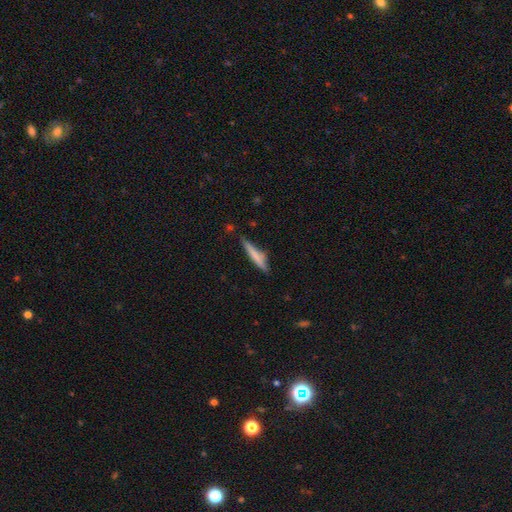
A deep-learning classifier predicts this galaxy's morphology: The model was most divided on "smooth or featured": smooth: 69%, featured or disk: 25%, star or artifact: 6%. More confident: how rounded — cigar-shaped (89%); merging — none (72%).